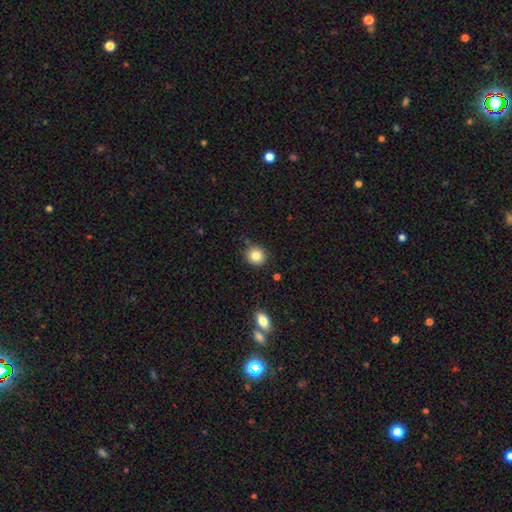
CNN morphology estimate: A smooth galaxy with no disk features (84%) that is round (89%). Merging: none (87%).